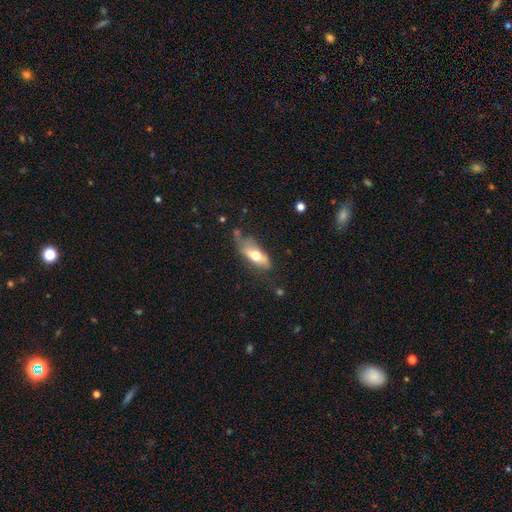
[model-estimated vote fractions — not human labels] Smooth or featured?
  - smooth: 59% *
  - featured or disk: 35%
  - star or artifact: 7%
How rounded?
  - in between: 73% *
  - cigar-shaped: 23%
  - round: 3%
Merging?
  - none: 47% *
  - minor disturbance: 31%
  - major disturbance: 16%
  - merger: 6%